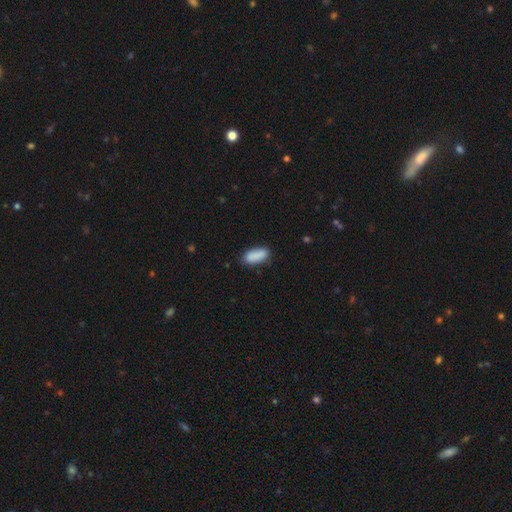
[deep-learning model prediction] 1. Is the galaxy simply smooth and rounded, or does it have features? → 88% smooth, 7% star or artifact, 5% featured or disk.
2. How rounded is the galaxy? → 80% in between, 17% cigar-shaped, 2% round.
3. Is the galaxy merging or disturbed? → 79% none, 16% minor disturbance, 3% major disturbance, 2% merger.